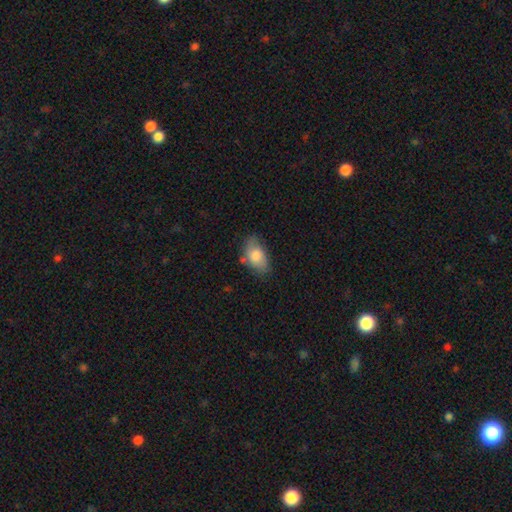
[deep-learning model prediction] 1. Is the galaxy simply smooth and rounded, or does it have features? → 75% smooth, 18% featured or disk, 7% star or artifact.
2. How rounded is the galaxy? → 91% in between, 7% round, 2% cigar-shaped.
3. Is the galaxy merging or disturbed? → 57% none, 30% minor disturbance, 8% major disturbance, 4% merger.